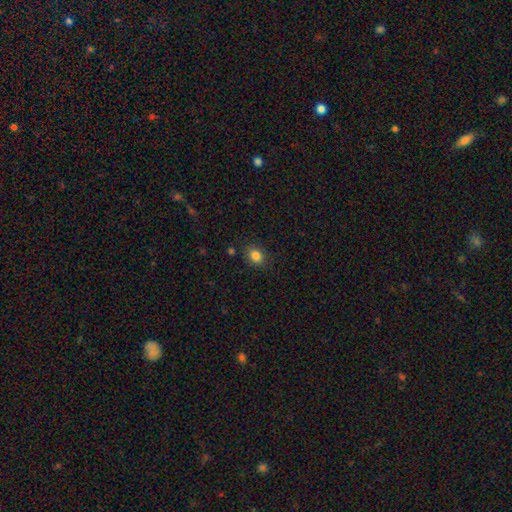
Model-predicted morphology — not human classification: This is clearly a smooth galaxy (84%). How rounded: possibly in between (58%). Merging: clearly none (83%).